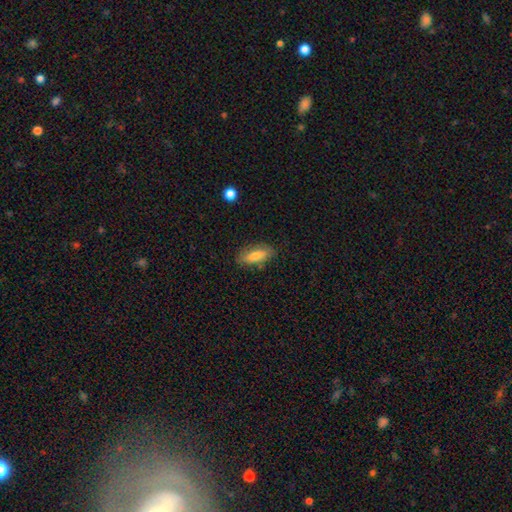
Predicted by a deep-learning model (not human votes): This is likely a smooth galaxy (78%). How rounded: likely in between (75%). Merging: clearly none (82%).